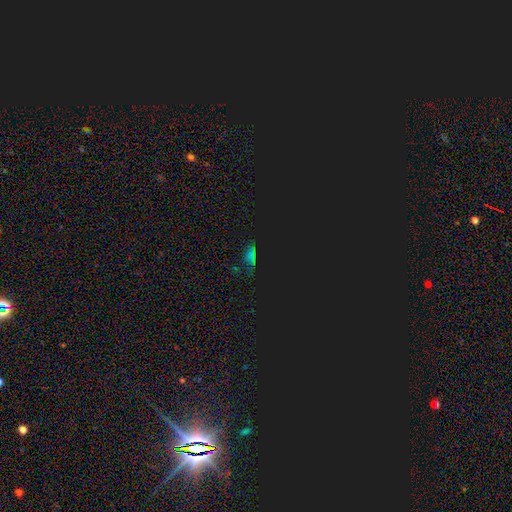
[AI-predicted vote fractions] Smooth or featured?
  - star or artifact: 64% *
  - smooth: 27%
  - featured or disk: 9%